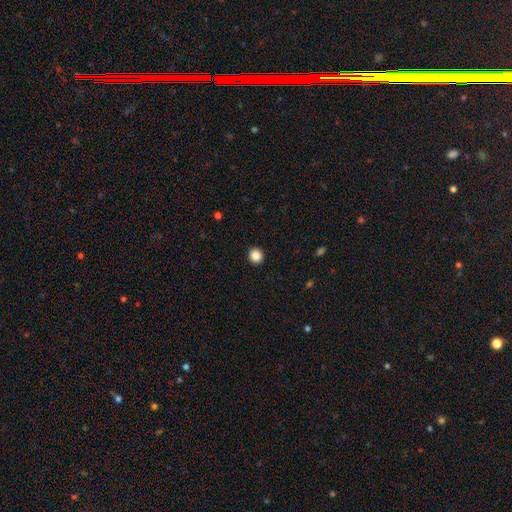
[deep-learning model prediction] Smooth or featured?
  - smooth: 87% *
  - star or artifact: 10%
  - featured or disk: 3%
How rounded?
  - round: 88% *
  - in between: 11%
  - cigar-shaped: 1%
Merging?
  - none: 93% *
  - minor disturbance: 4%
  - major disturbance: 2%
  - merger: 1%